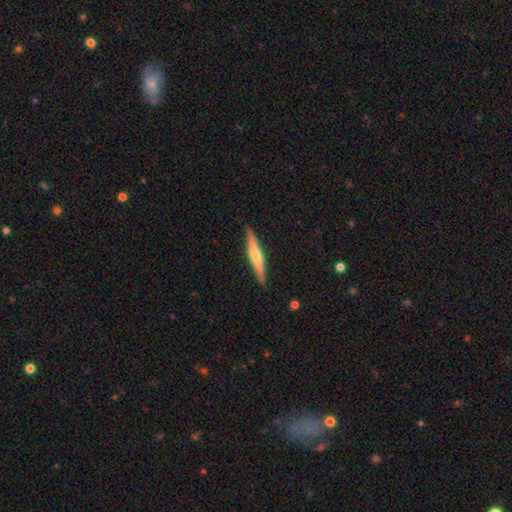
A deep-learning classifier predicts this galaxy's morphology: The model was most divided on "smooth or featured": featured or disk: 61%, smooth: 33%, star or artifact: 5%. More confident: edge-on disk — yes (96%); merging — none (89%); edge-on bulge — rounded (87%).